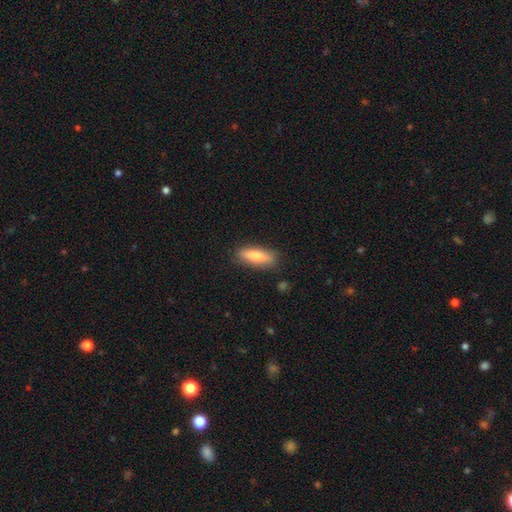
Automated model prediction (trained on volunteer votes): This appears to be a smooth galaxy with no disk features (75%) that is cigar-shaped (50%). Merging: none (85%).